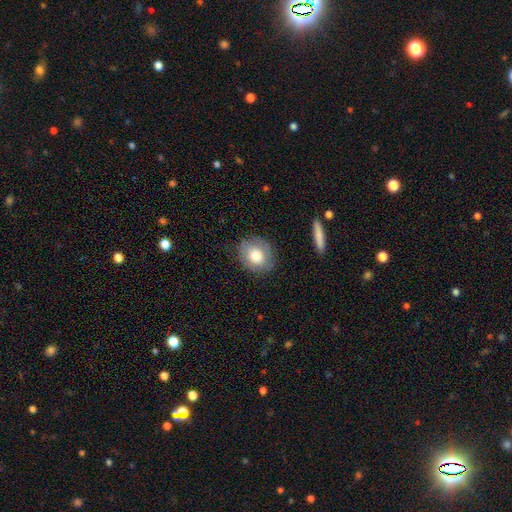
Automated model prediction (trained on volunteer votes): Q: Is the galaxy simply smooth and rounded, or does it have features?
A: smooth — 73%.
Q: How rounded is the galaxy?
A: round — 63%.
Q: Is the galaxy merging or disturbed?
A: none — 81%.